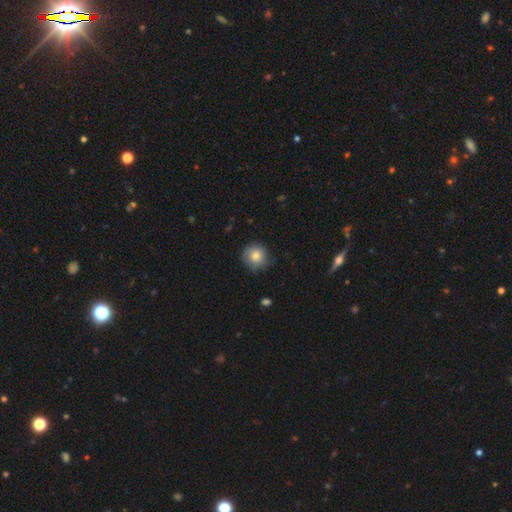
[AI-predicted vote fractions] smooth 80%, featured or disk 11%, star or artifact 9%. Down the decision tree: how rounded — round (93%); merging — none (81%).